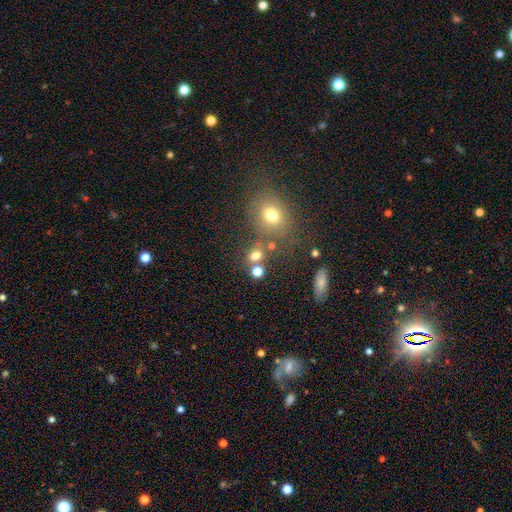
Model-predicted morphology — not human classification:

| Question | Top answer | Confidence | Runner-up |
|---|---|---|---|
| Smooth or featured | smooth | 72% | star or artifact (18%) |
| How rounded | round | 67% | in between (31%) |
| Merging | none | 58% | merger (25%) |